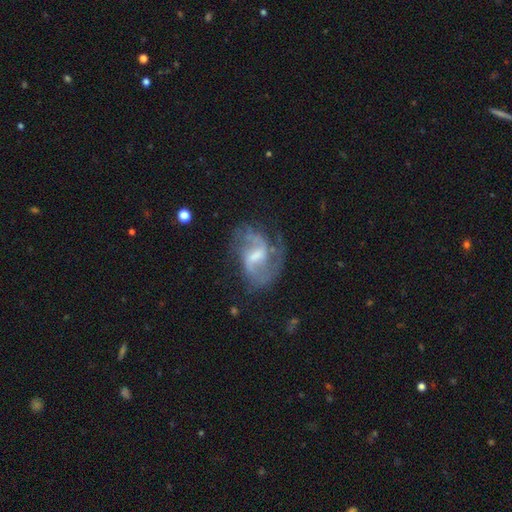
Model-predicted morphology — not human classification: Smooth or featured? featured or disk (82%)
Edge-on disk? no (97%)
Bar? weak (58%)
Spiral arms? yes (92%)
Spiral winding? medium (48%)
Spiral arm count? 2 (74%)
Bulge size? moderate (39%)
Merging? none (57%)